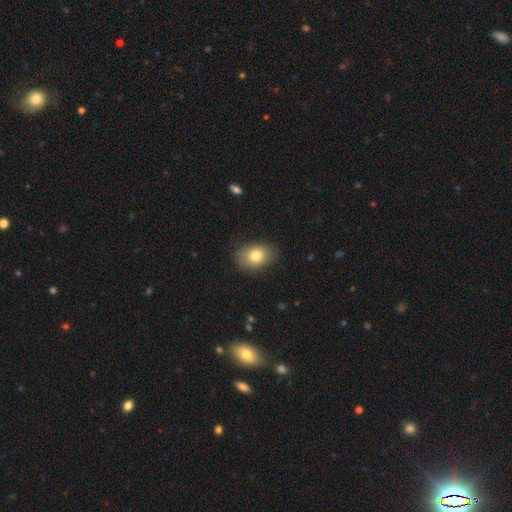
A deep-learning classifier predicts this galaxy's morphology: Q: Smooth or featured?
A: smooth (79%); runner-up: featured or disk (13%)
Q: How rounded?
A: in between (77%); runner-up: round (22%)
Q: Merging?
A: none (84%); runner-up: minor disturbance (12%)